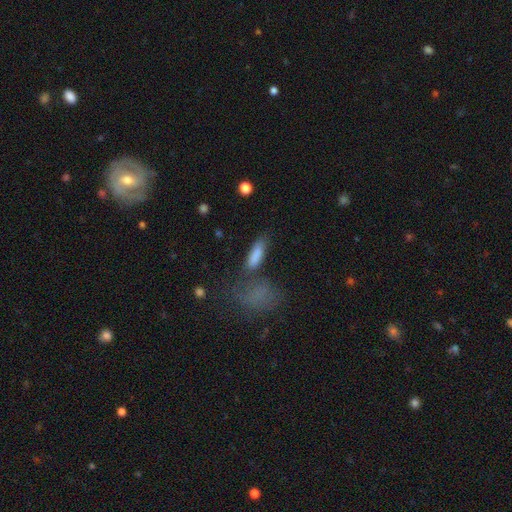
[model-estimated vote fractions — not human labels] smooth_or_featured: smooth (p=0.83) [alt: featured or disk p=0.09]
how_rounded: cigar-shaped (p=0.50) [alt: in between p=0.46]
merging: none (p=0.65) [alt: minor disturbance p=0.18]